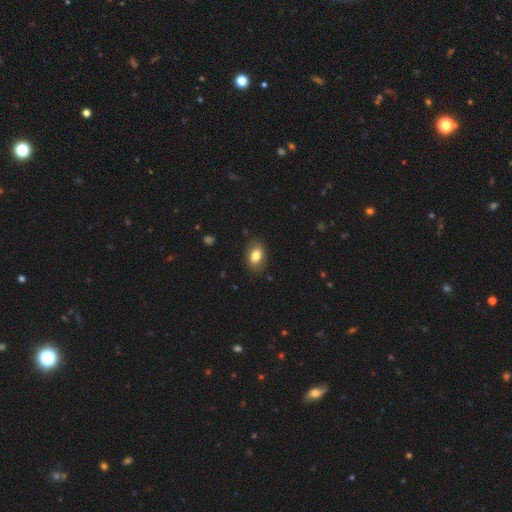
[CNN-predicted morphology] This is clearly a smooth galaxy (81%). How rounded: clearly in between (84%). Merging: clearly none (83%).